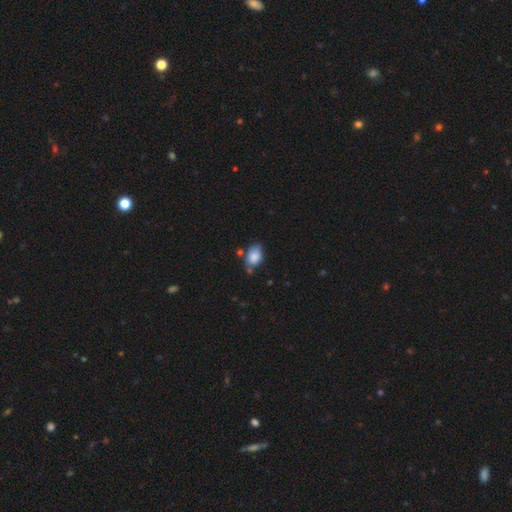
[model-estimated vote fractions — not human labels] Smooth or featured? Predicted: smooth (p=0.85). How rounded? Predicted: in between (p=0.85). Merging? Predicted: none (p=0.59).